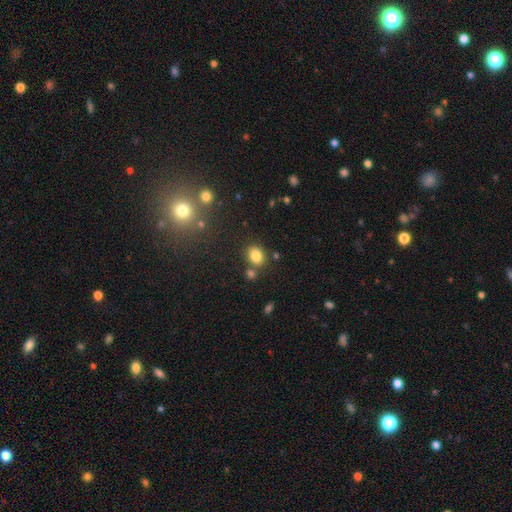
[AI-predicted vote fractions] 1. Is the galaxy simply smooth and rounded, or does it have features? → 82% smooth, 12% star or artifact, 7% featured or disk.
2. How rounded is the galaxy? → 57% in between, 41% round, 1% cigar-shaped.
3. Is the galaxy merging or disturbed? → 73% none, 12% merger, 11% minor disturbance, 3% major disturbance.